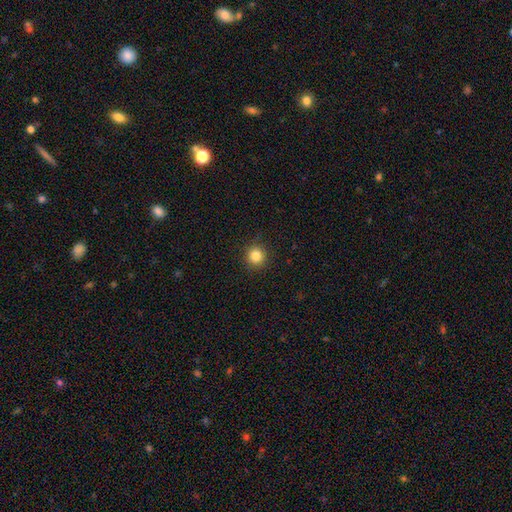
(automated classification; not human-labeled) Overall: smooth (84%). How rounded: round (94%). Merging: none (90%).